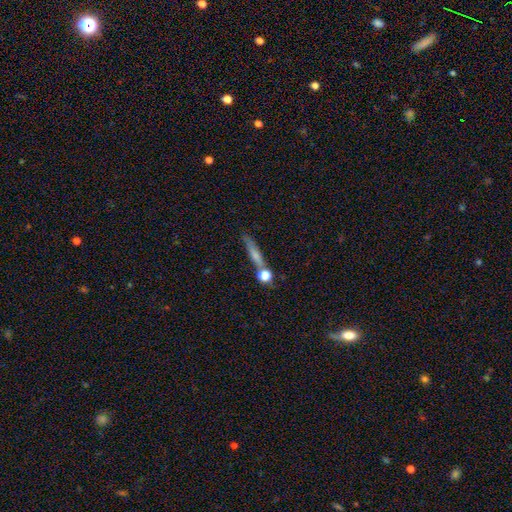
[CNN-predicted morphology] Smooth or featured? Predicted: smooth (p=0.56). How rounded? Predicted: cigar-shaped (p=0.78). Merging? Predicted: none (p=0.64).